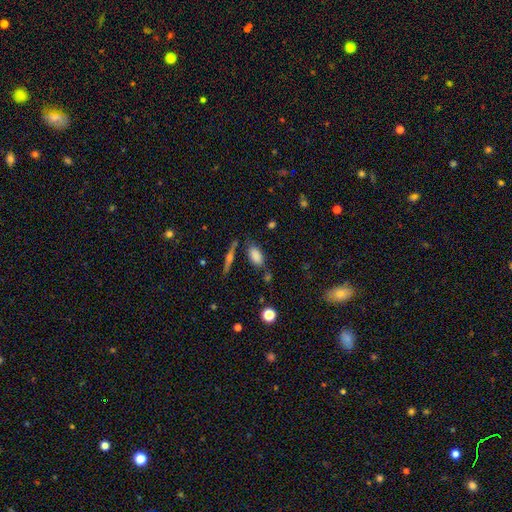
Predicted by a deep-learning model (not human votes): This is clearly a smooth galaxy (81%). How rounded: clearly in between (88%). Merging: likely none (69%).